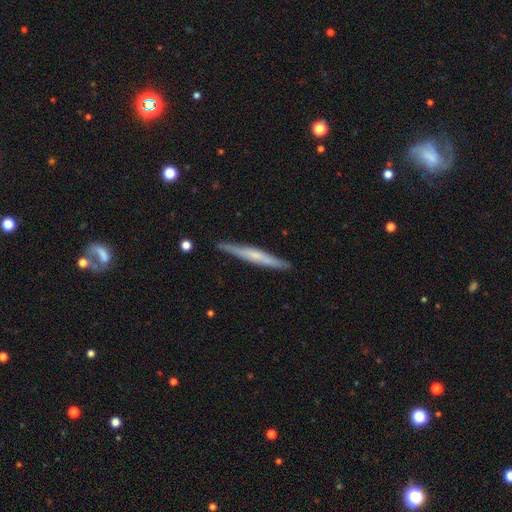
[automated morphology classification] Smooth or featured? featured or disk (52%)
Edge-on disk? yes (95%)
Merging? none (89%)